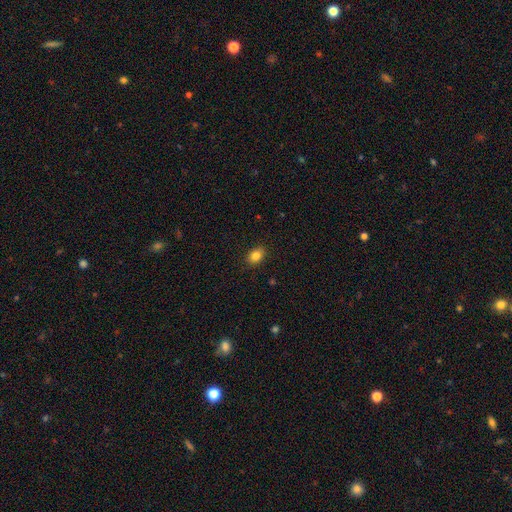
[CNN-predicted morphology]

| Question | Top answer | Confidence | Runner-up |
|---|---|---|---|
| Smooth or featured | smooth | 84% | star or artifact (10%) |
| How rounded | in between | 69% | round (30%) |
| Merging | none | 88% | minor disturbance (9%) |